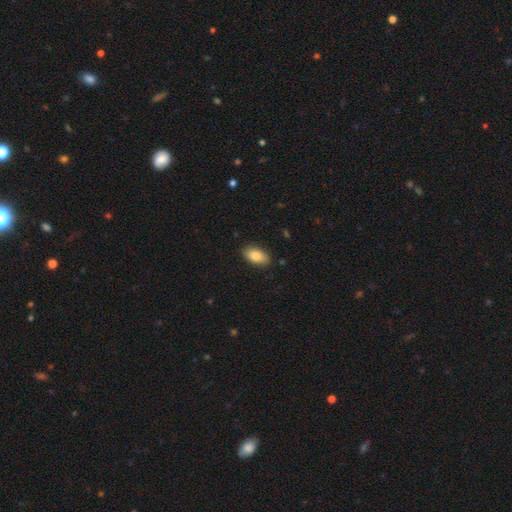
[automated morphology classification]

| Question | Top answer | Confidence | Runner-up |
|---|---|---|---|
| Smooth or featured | smooth | 85% | featured or disk (8%) |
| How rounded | in between | 93% | round (4%) |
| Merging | none | 86% | minor disturbance (11%) |